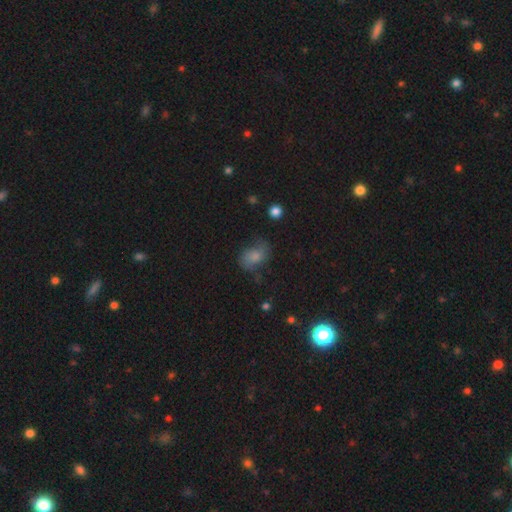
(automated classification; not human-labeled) The model was most divided on "smooth or featured": smooth: 58%, featured or disk: 27%, star or artifact: 15%. More confident: how rounded — in between (74%); merging — none (58%).